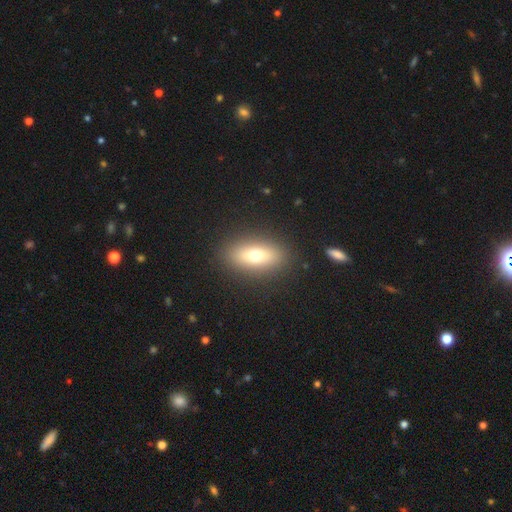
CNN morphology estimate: Overall: smooth (66%). How rounded: in between (75%). Merging: none (88%).